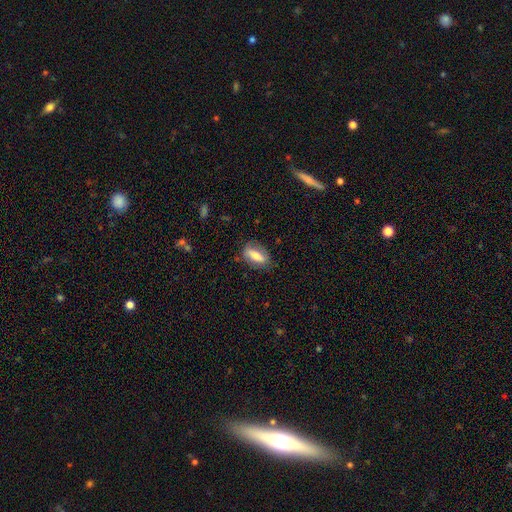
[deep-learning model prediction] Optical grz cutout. It shows a smooth galaxy with no disk features (58%) that is in between round and cigar-shaped (77%). Merging: none (77%).